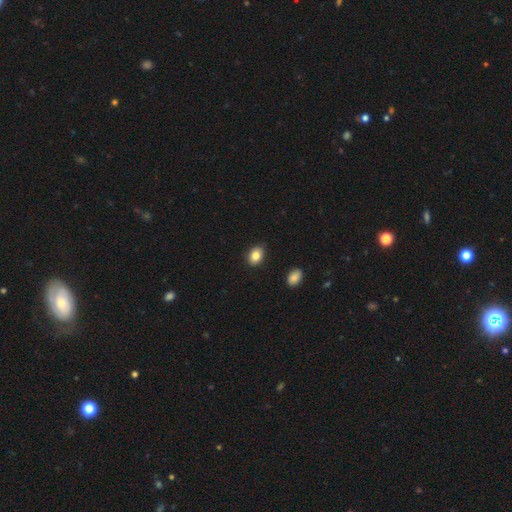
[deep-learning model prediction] smooth_or_featured: smooth (p=0.84) [alt: star or artifact p=0.09]
how_rounded: in between (p=0.77) [alt: round p=0.22]
merging: none (p=0.85) [alt: minor disturbance p=0.11]